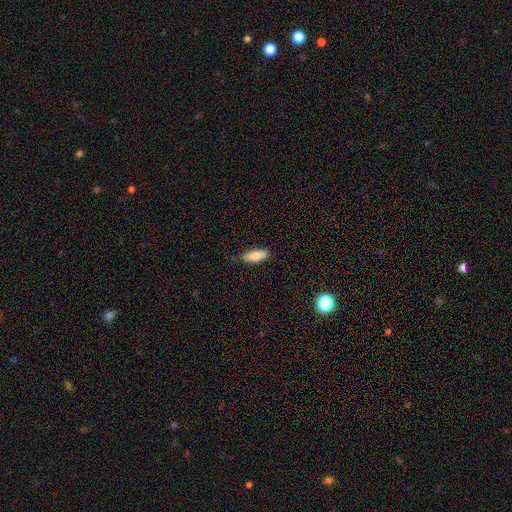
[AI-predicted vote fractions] This appears to be a smooth galaxy with no disk features (83%) that is in between round and cigar-shaped (76%). Merging: none (81%).